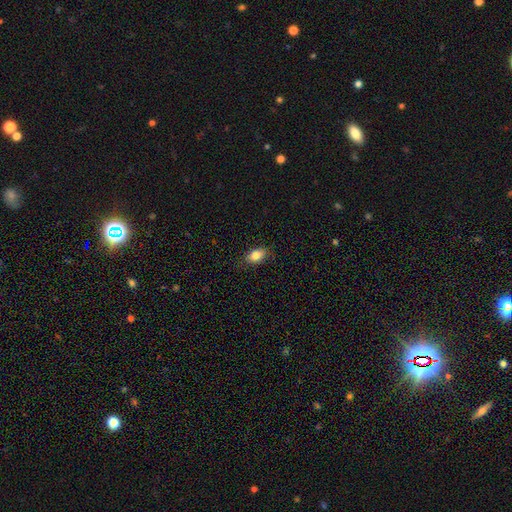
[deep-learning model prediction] Smooth or featured: smooth — 83% (featured or disk — 9%)
How rounded: in between — 86% (round — 10%)
Merging: none — 83% (minor disturbance — 13%)